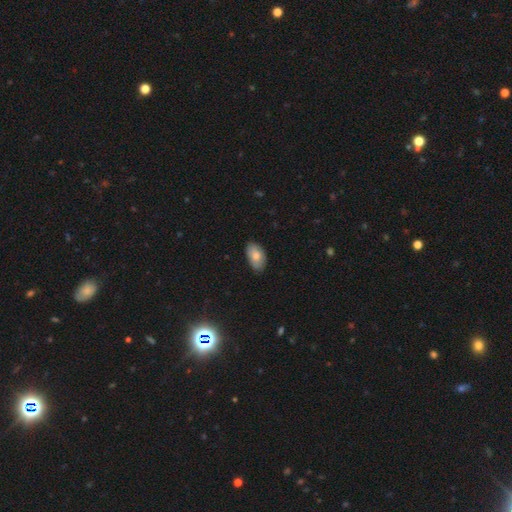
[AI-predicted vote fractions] Q: Smooth or featured?
A: smooth (79%); runner-up: featured or disk (15%)
Q: How rounded?
A: in between (94%); runner-up: round (4%)
Q: Merging?
A: none (79%); runner-up: minor disturbance (17%)